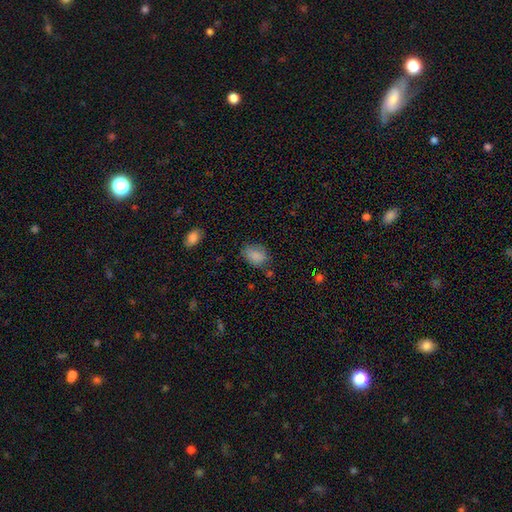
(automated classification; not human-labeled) Morphology: type=smooth (84%); roundness=in between (75%); merging=none (67%).